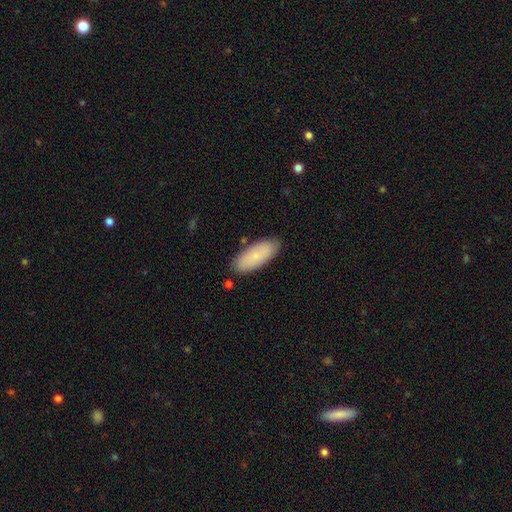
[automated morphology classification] A smooth galaxy with no disk features (78%) that is in between round and cigar-shaped (80%).

Vote fractions:
- Smooth or featured? smooth: 78% / featured or disk: 16% / star or artifact: 6%
- How rounded? in between: 80% / cigar-shaped: 18% / round: 2%
- Merging? none: 83% / minor disturbance: 13% / major disturbance: 2% / merger: 2%